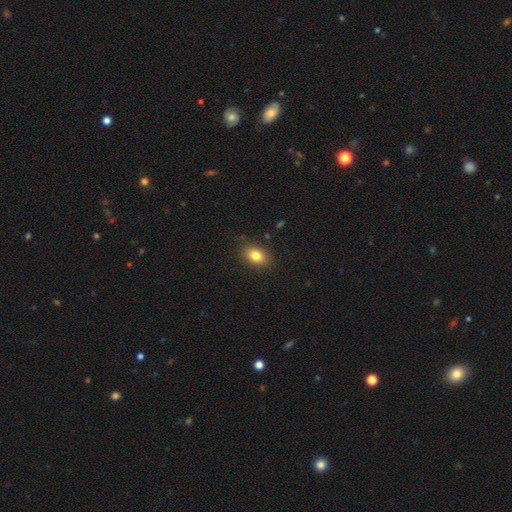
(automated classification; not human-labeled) Smooth or featured? Predicted: smooth (p=0.81). How rounded? Predicted: in between (p=0.74). Merging? Predicted: none (p=0.85).